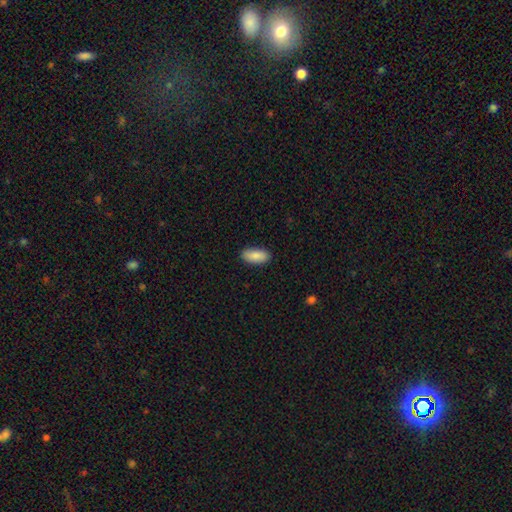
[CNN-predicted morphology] Q: Smooth or featured?
A: smooth (88%); runner-up: featured or disk (6%)
Q: How rounded?
A: in between (88%); runner-up: cigar-shaped (10%)
Q: Merging?
A: none (89%); runner-up: minor disturbance (8%)